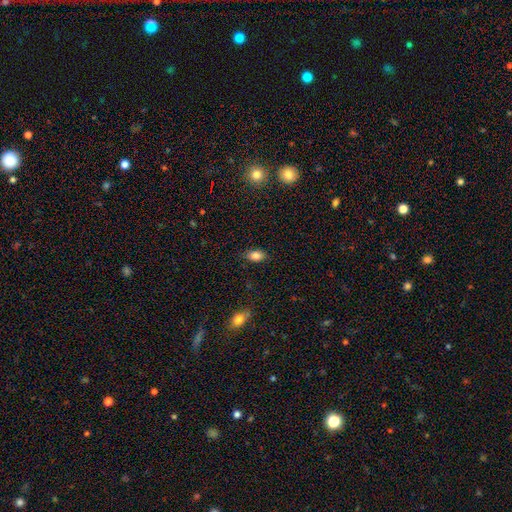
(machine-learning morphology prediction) Overall: smooth (83%). How rounded: in between (86%). Merging: none (82%).